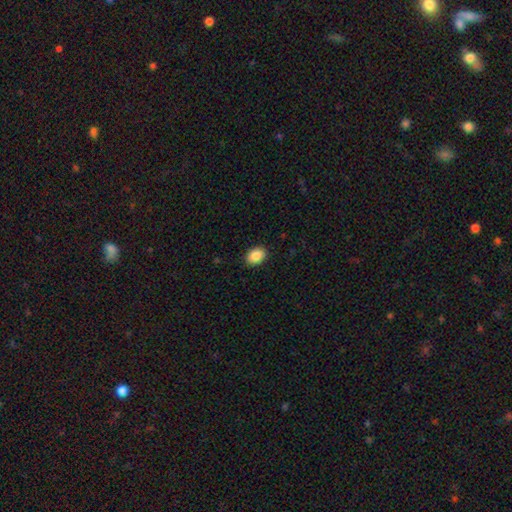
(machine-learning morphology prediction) The model was most divided on "how rounded": in between: 75%, round: 24%, cigar-shaped: 1%. More confident: merging — none (90%); smooth or featured — smooth (89%).